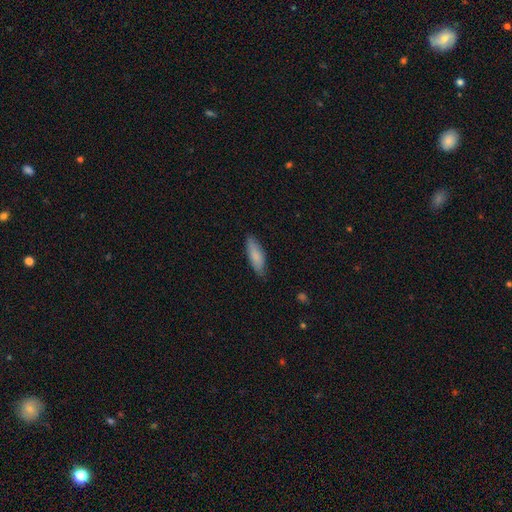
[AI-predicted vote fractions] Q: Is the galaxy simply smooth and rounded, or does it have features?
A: smooth — 82%.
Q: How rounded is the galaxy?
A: cigar-shaped — 50%.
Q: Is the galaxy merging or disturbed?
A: none — 82%.